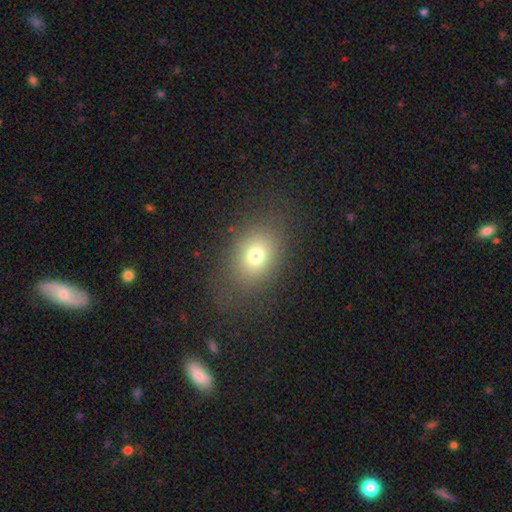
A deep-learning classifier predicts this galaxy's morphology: This is likely a smooth galaxy (72%). How rounded: possibly in between (58%). Merging: likely none (77%).